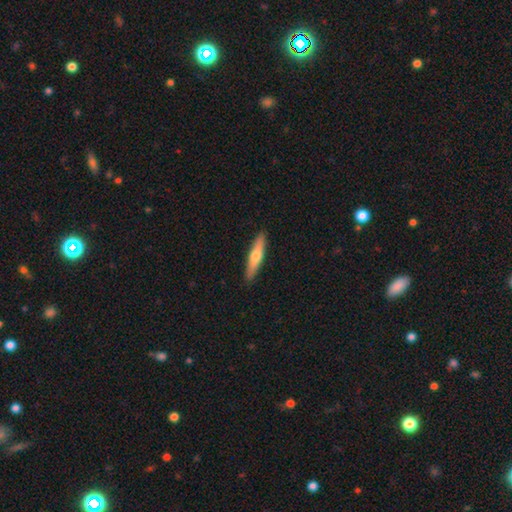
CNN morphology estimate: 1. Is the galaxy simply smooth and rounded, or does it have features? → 54% smooth, 40% featured or disk, 5% star or artifact.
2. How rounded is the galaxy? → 86% cigar-shaped, 12% in between, 2% round.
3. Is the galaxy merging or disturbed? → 90% none, 7% minor disturbance, 1% major disturbance, 1% merger.